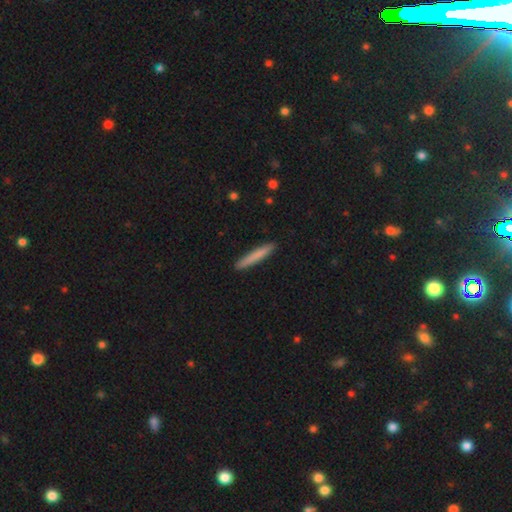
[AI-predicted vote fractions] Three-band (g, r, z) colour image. It shows a smooth galaxy with no disk features (80%) that is cigar-shaped (96%). Merging: none (91%).